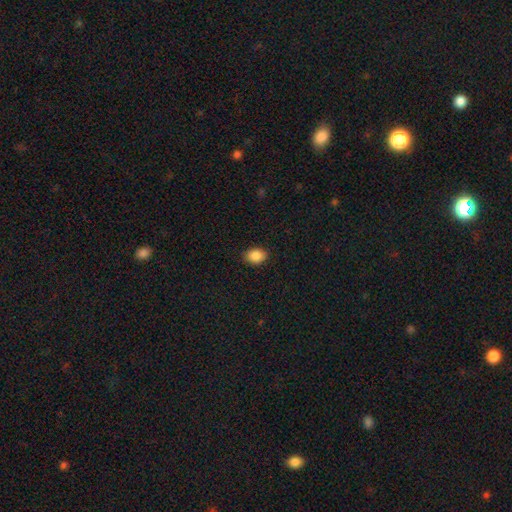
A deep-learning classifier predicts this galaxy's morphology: smooth_or_featured: smooth (p=0.88) [alt: star or artifact p=0.08]
how_rounded: in between (p=0.74) [alt: round p=0.25]
merging: none (p=0.88) [alt: minor disturbance p=0.09]